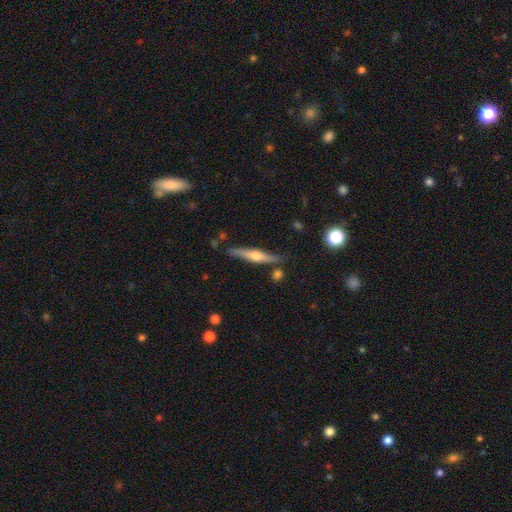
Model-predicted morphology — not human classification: Q: Smooth or featured?
A: featured or disk (65%); runner-up: smooth (29%)
Q: Edge-on disk?
A: yes (96%); runner-up: no (4%)
Q: Edge-on bulge?
A: rounded (90%); runner-up: boxy (6%)
Q: Merging?
A: none (81%); runner-up: minor disturbance (12%)